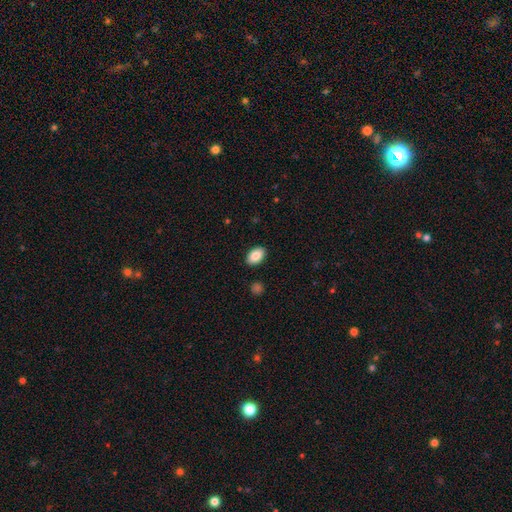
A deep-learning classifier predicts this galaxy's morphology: smooth_or_featured: smooth (p=0.87) [alt: star or artifact p=0.07]
how_rounded: in between (p=0.90) [alt: round p=0.08]
merging: none (p=0.90) [alt: minor disturbance p=0.07]